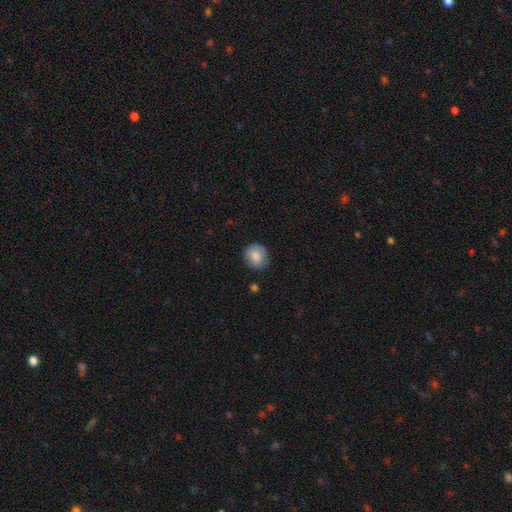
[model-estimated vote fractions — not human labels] smooth-or-featured: smooth: 84% | featured or disk: 8% | star or artifact: 8%
  how-rounded: round: 83% | in between: 16% | cigar-shaped: 1%
  merging: none: 82% | minor disturbance: 14% | major disturbance: 3% | merger: 1%